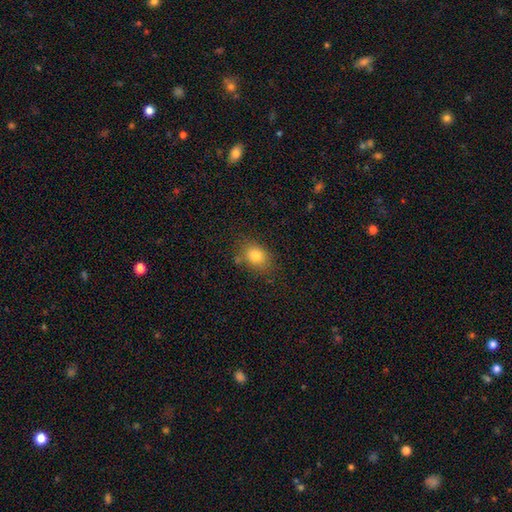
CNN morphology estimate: smooth_or_featured: smooth (p=0.79) [alt: star or artifact p=0.11]
how_rounded: in between (p=0.58) [alt: round p=0.41]
merging: none (p=0.76) [alt: minor disturbance p=0.15]